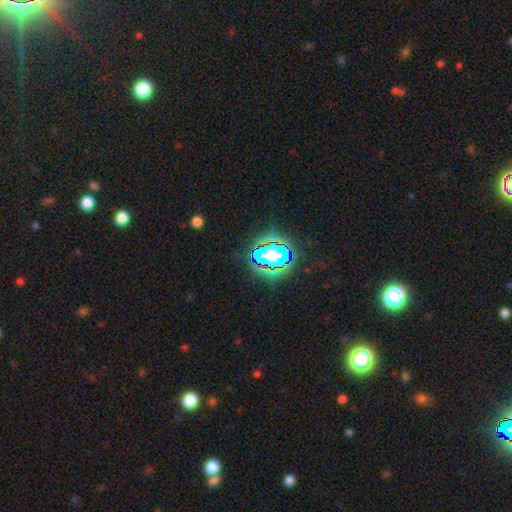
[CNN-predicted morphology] smooth_or_featured: star or artifact (p=0.74) [alt: smooth p=0.15]